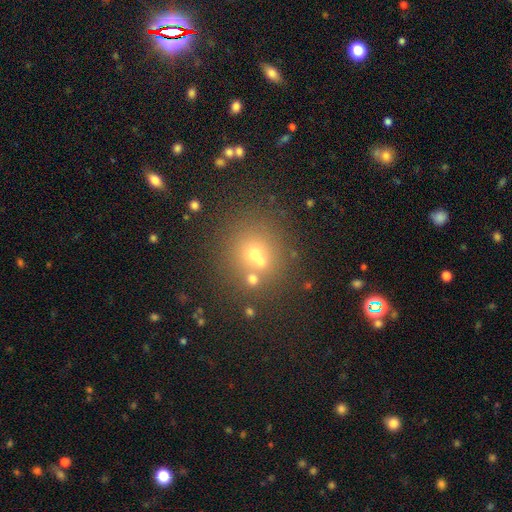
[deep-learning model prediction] A smooth galaxy with no disk features (56%) that is round (80%).

Vote fractions:
- Smooth or featured? smooth: 56% / star or artifact: 28% / featured or disk: 16%
- How rounded? round: 80% / in between: 18% / cigar-shaped: 1%
- Merging? none: 61% / merger: 25% / minor disturbance: 9% / major disturbance: 4%